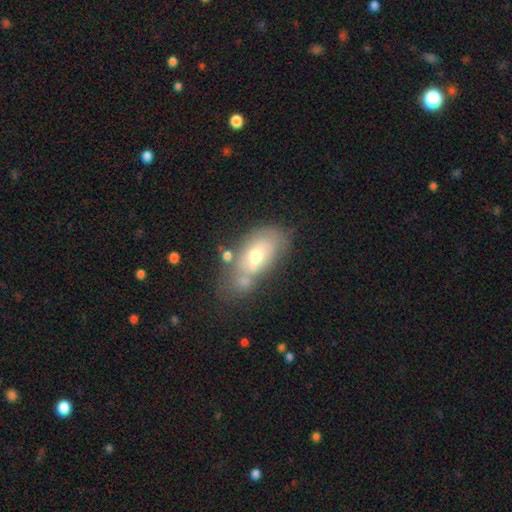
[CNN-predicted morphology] smooth_or_featured: smooth (p=0.53) [alt: featured or disk p=0.38]
how_rounded: in between (p=0.86) [alt: round p=0.09]
merging: none (p=0.37) [alt: merger p=0.29]